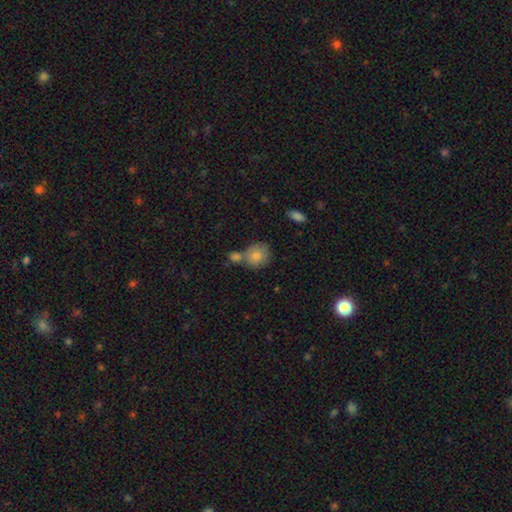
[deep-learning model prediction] Morphology: type=smooth (82%); roundness=round (71%); merging=none (42%).